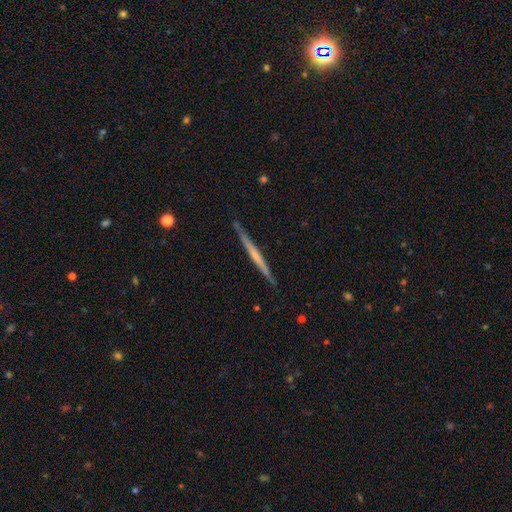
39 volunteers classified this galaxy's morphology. Smooth or featured?
  - featured or disk: 67% *
  - smooth: 28%
  - star or artifact: 5%
Edge-on disk?
  - yes: 96% *
  - no: 4%
Edge-on bulge?
  - none: 92% *
  - boxy: 8%
  - rounded: 0%
Merging?
  - none: 89% *
  - minor disturbance: 8%
  - major disturbance: 3%
  - merger: 0%